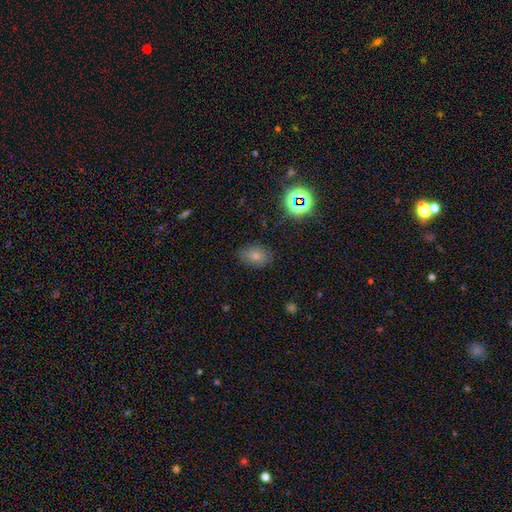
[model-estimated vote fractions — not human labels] Overall: smooth (75%). How rounded: in between (77%). Merging: none (79%).